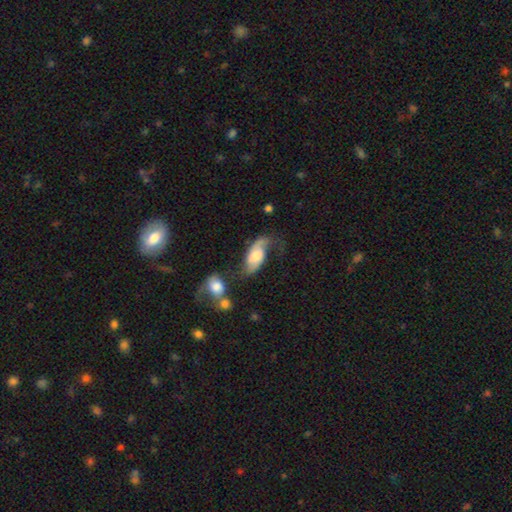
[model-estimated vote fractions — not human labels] Smooth or featured?
  - featured or disk: 65% *
  - smooth: 29%
  - star or artifact: 7%
Edge-on disk?
  - no: 93% *
  - yes: 7%
Bar?
  - no: 55% *
  - weak: 34%
  - strong: 10%
Spiral arms?
  - yes: 90% *
  - no: 10%
Spiral winding?
  - loose: 60% *
  - medium: 30%
  - tight: 10%
Spiral arm count?
  - 2: 75% *
  - 1: 16%
  - can't tell: 6%
  - 3: 1%
  - 4: 1%
  - more than 4: 1%
Bulge size?
  - moderate: 43% *
  - large: 28%
  - small: 18%
  - none: 7%
  - dominant: 4%
Merging?
  - none: 41% *
  - minor disturbance: 24%
  - major disturbance: 23%
  - merger: 13%